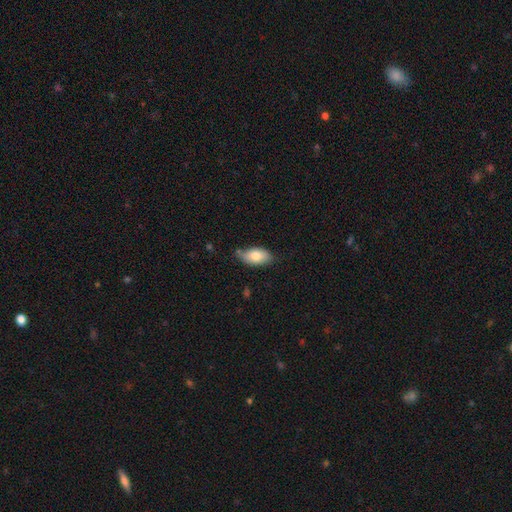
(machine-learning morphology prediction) type=smooth (79%); roundness=in between (93%); merging=none (69%).